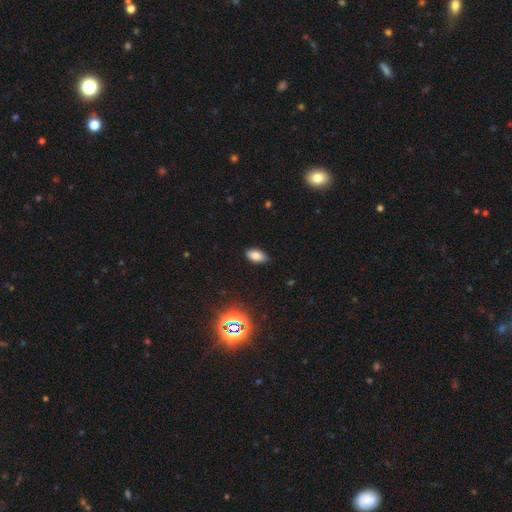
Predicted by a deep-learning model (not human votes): The model was most divided on "smooth or featured": smooth: 82%, star or artifact: 12%, featured or disk: 6%. More confident: how rounded — in between (92%); merging — none (87%).